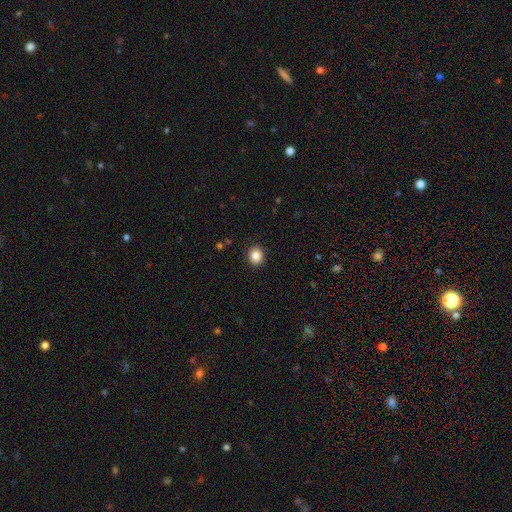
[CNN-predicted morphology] Smooth or featured? smooth (85%)
How rounded? round (72%)
Merging? none (91%)